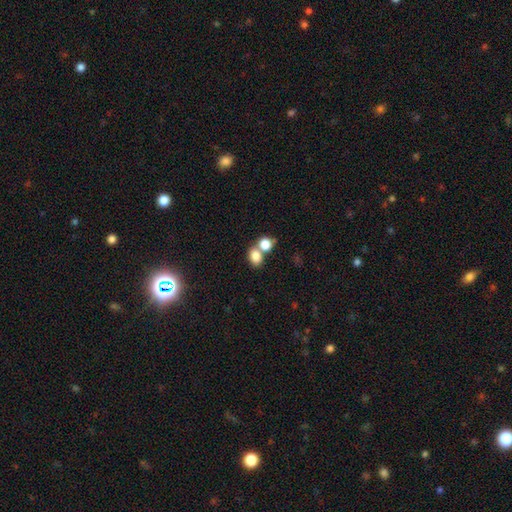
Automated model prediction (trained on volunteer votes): Morphology: type=smooth (81%); roundness=in between (58%); merging=merger (45%).